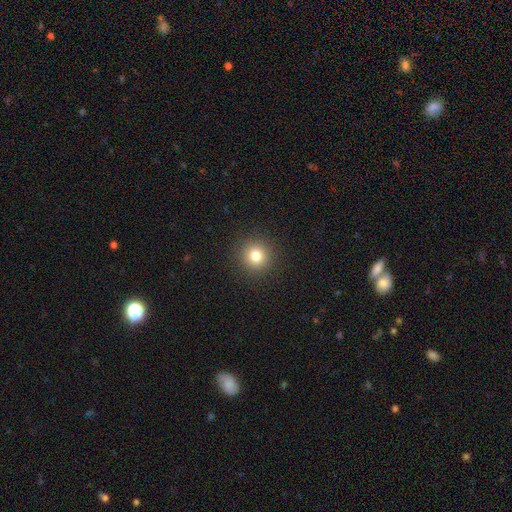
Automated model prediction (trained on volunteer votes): smooth_or_featured: smooth (p=0.80) [alt: star or artifact p=0.13]
how_rounded: round (p=0.94) [alt: in between p=0.05]
merging: none (p=0.92) [alt: minor disturbance p=0.05]